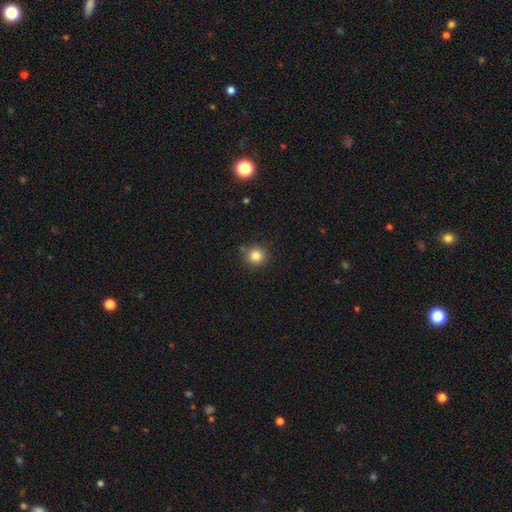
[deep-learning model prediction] Overall: smooth (84%). How rounded: round (93%). Merging: none (84%).